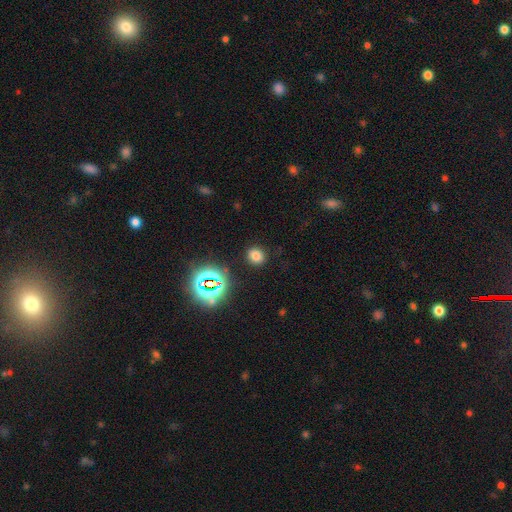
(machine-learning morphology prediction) The model was most divided on "how rounded": round: 68%, in between: 31%, cigar-shaped: 1%. More confident: merging — none (87%); smooth or featured — smooth (71%).